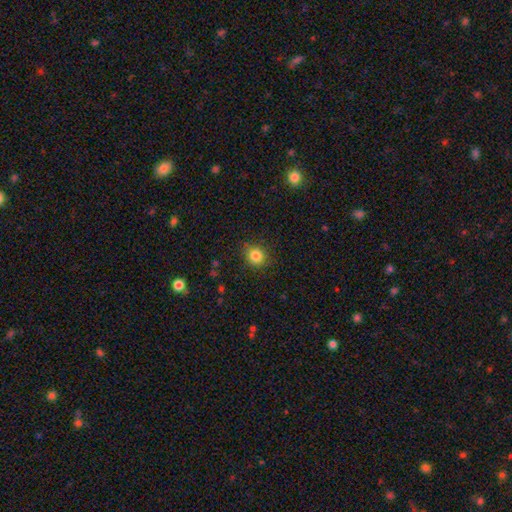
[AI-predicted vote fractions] Overall: smooth (84%). How rounded: round (86%). Merging: none (87%).